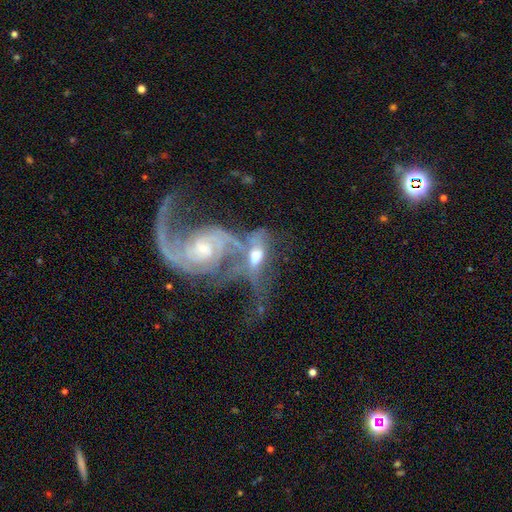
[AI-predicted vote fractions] smooth_or_featured: featured or disk (p=0.74) [alt: smooth p=0.17]
disk_edge_on: no (p=0.94) [alt: yes p=0.06]
bar: no (p=0.56) [alt: weak p=0.30]
has_spiral_arms: yes (p=0.86) [alt: no p=0.14]
spiral_winding: tight (p=0.48) [alt: medium p=0.36]
spiral_arm_count: 2 (p=0.42) [alt: can't tell p=0.29]
bulge_size: small (p=0.49) [alt: moderate p=0.37]
merging: merger (p=0.64) [alt: none p=0.14]